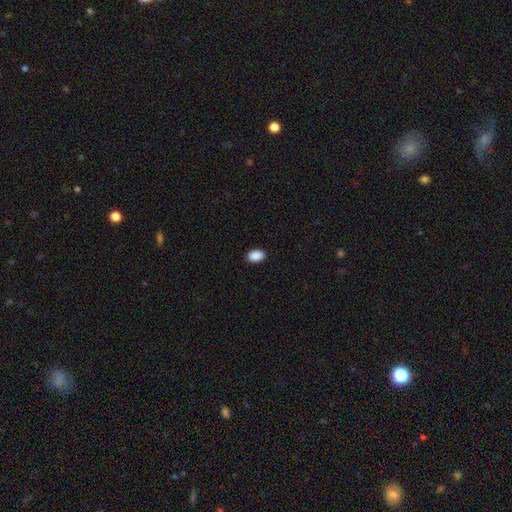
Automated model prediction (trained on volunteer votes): This appears to be a smooth galaxy with no disk features (90%) that is in between round and cigar-shaped (91%). Merging: none (90%).